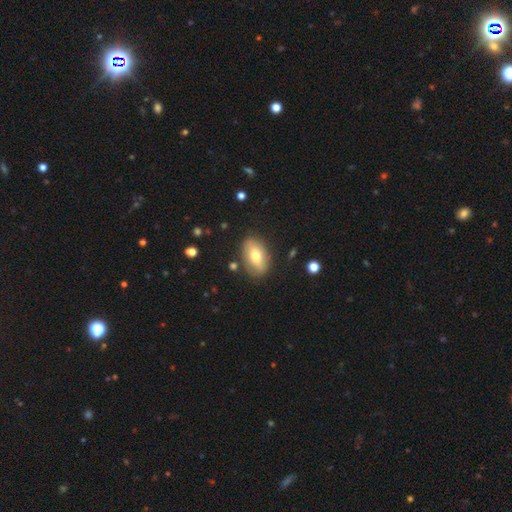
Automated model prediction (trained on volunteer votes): Smooth or featured? Predicted: smooth (p=0.68). How rounded? Predicted: in between (p=0.90). Merging? Predicted: none (p=0.82).